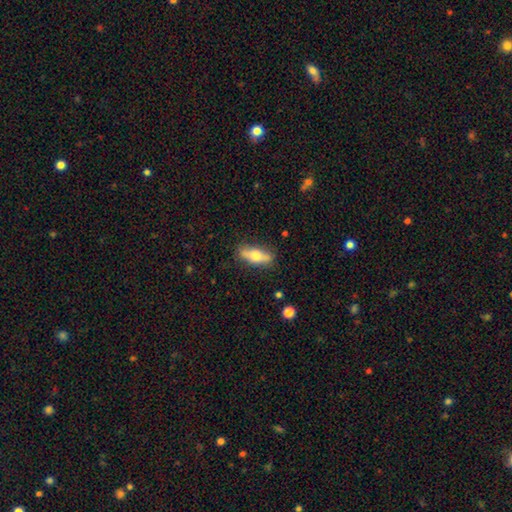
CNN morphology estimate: type=smooth (60%); roundness=in between (56%); merging=none (83%).